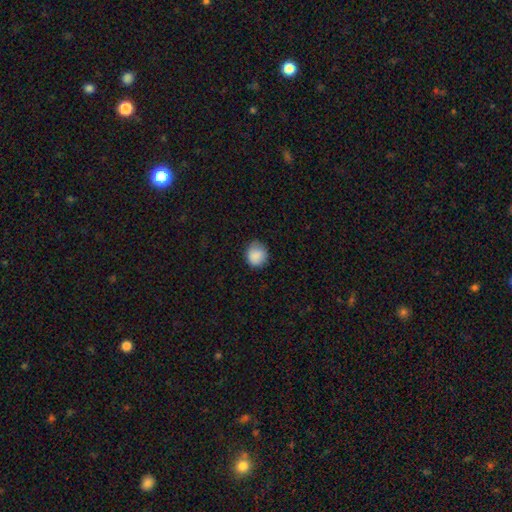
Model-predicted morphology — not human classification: type=smooth (88%); roundness=round (82%); merging=none (76%).